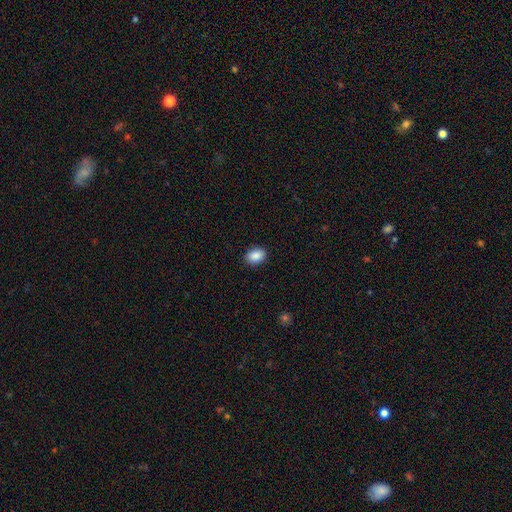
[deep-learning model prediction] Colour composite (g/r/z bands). It shows a smooth galaxy with no disk features (89%) that is in between round and cigar-shaped (75%). Merging: none (90%).